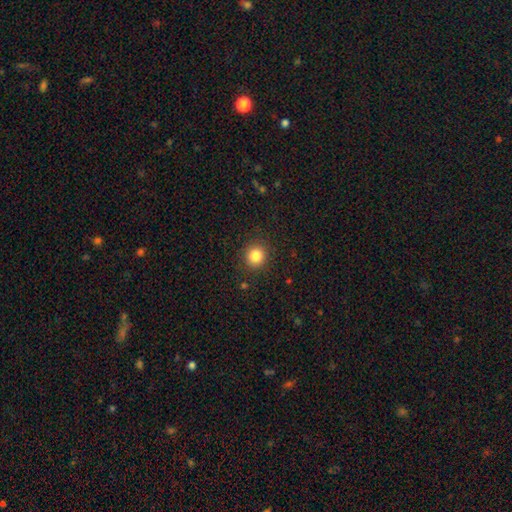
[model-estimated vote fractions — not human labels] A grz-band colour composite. It shows a smooth galaxy with no disk features (83%) that is round (90%). Merging: none (90%).